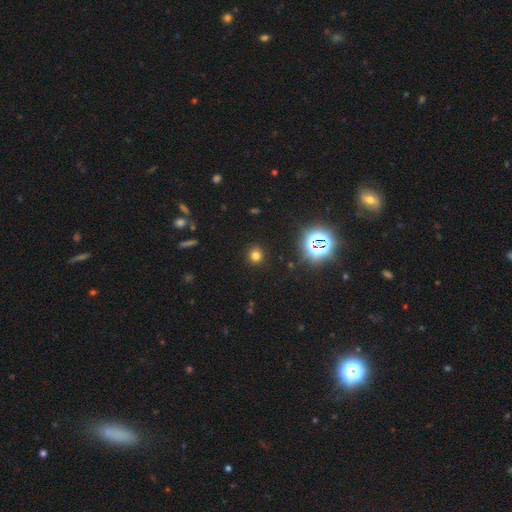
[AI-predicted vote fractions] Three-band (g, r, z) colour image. It shows a smooth galaxy with no disk features (71%) that is round (86%). Merging: none (90%).